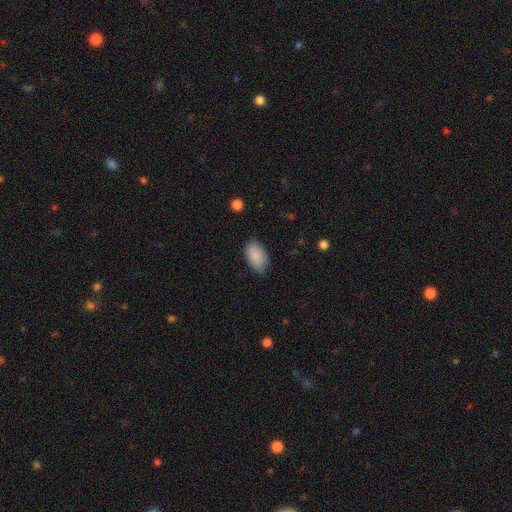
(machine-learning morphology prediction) smooth-or-featured: smooth: 89% | star or artifact: 7% | featured or disk: 4%
  how-rounded: in between: 94% | round: 4% | cigar-shaped: 2%
  merging: none: 81% | minor disturbance: 15% | major disturbance: 3% | merger: 1%